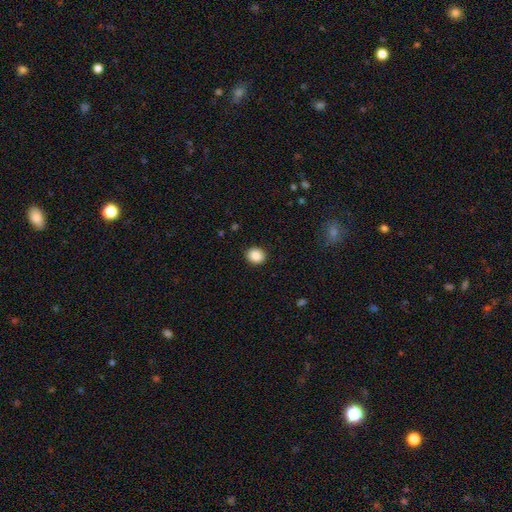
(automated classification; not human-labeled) Smooth or featured?
  - smooth: 88% *
  - star or artifact: 8%
  - featured or disk: 3%
How rounded?
  - round: 69% *
  - in between: 30%
  - cigar-shaped: 1%
Merging?
  - none: 91% *
  - minor disturbance: 6%
  - major disturbance: 2%
  - merger: 1%